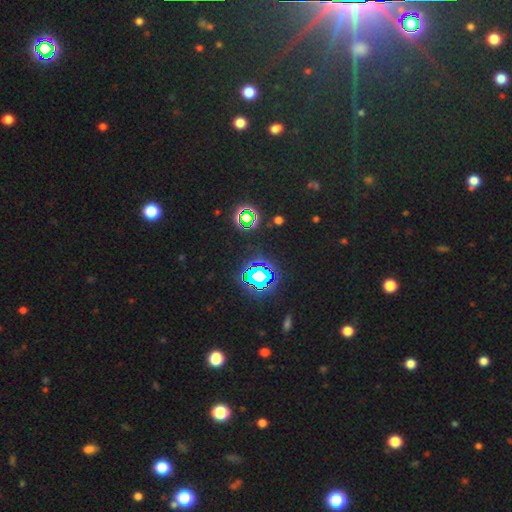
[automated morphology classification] Smooth or featured? Predicted: star or artifact (p=0.80).